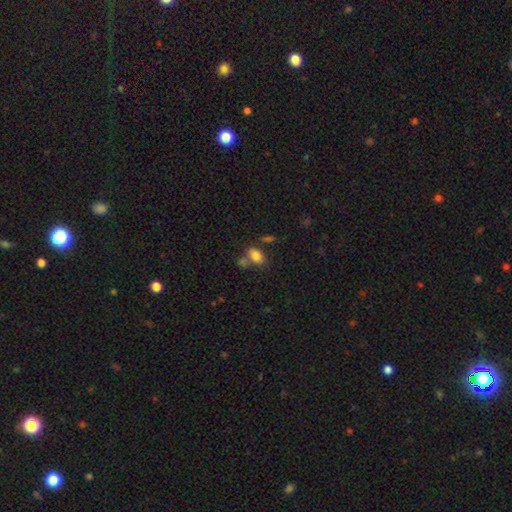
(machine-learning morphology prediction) Smooth or featured?
  - smooth: 81% *
  - star or artifact: 10%
  - featured or disk: 9%
How rounded?
  - in between: 87% *
  - round: 11%
  - cigar-shaped: 2%
Merging?
  - none: 56% *
  - merger: 25%
  - minor disturbance: 14%
  - major disturbance: 5%